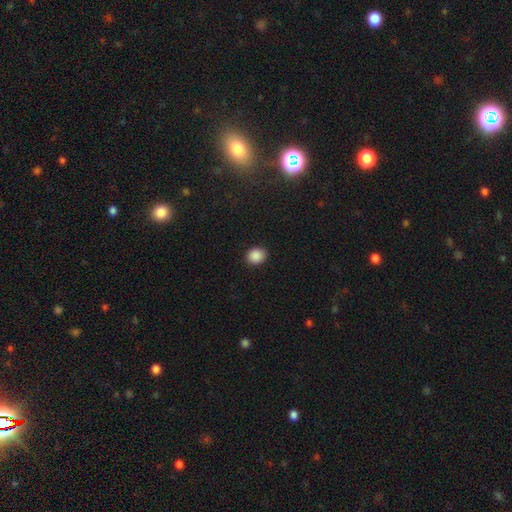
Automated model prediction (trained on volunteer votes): Morphology: type=smooth (89%); roundness=round (67%); merging=none (90%).